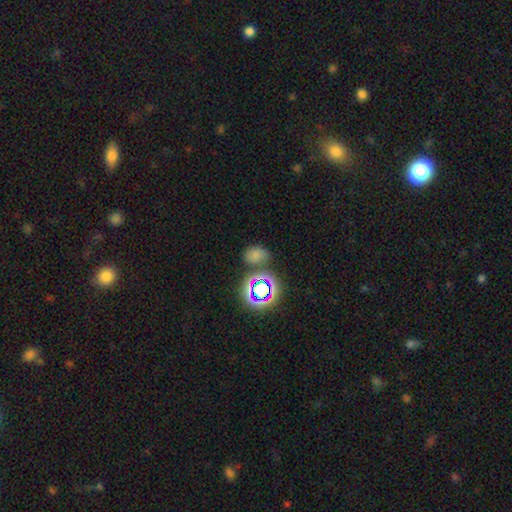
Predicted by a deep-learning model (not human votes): Smooth or featured? smooth (63%)
How rounded? in between (60%)
Merging? none (64%)